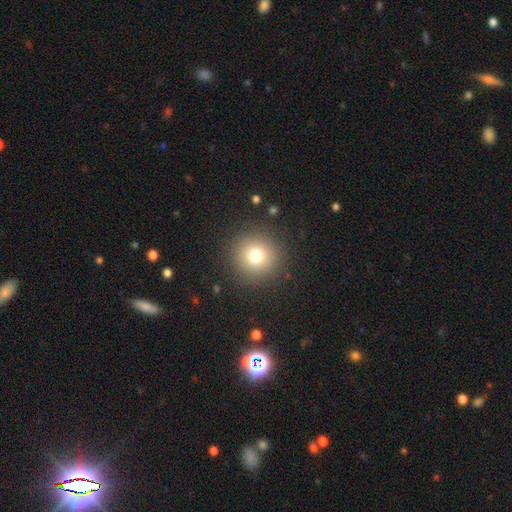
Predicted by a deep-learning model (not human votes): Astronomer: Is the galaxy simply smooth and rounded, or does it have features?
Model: smooth — 76%.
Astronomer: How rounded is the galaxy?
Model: round — 95%.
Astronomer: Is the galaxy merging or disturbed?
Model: none — 90%.